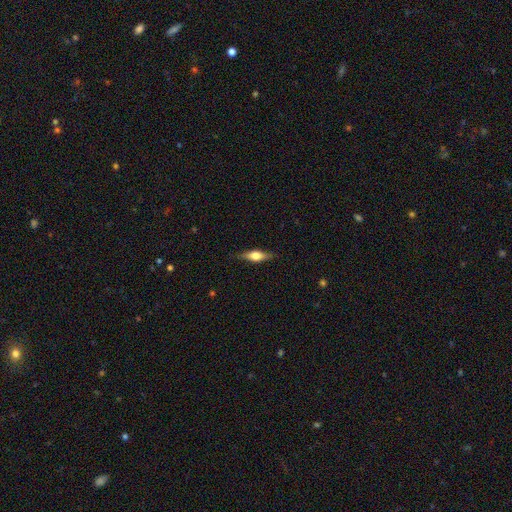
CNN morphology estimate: type=smooth (50%); merging=none (85%).